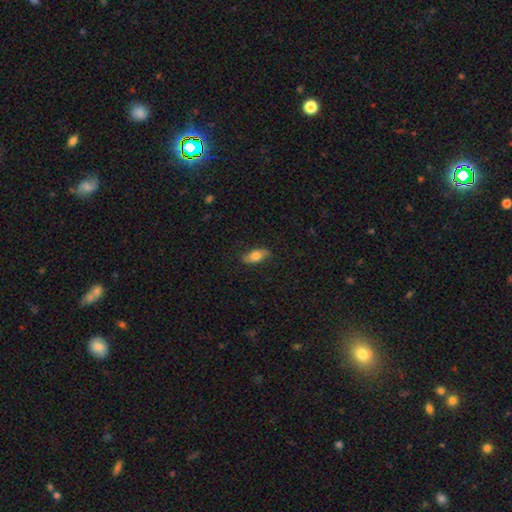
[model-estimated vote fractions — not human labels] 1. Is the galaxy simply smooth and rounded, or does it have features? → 67% smooth, 25% featured or disk, 7% star or artifact.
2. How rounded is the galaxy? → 85% in between, 11% cigar-shaped, 5% round.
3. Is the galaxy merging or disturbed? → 79% none, 16% minor disturbance, 4% major disturbance, 1% merger.